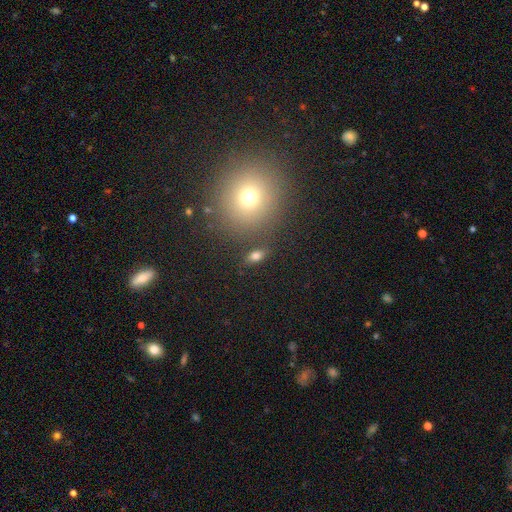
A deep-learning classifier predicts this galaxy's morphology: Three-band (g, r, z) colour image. It shows a smooth galaxy with no disk features (76%) that is in between round and cigar-shaped (82%). Merging: none (79%).